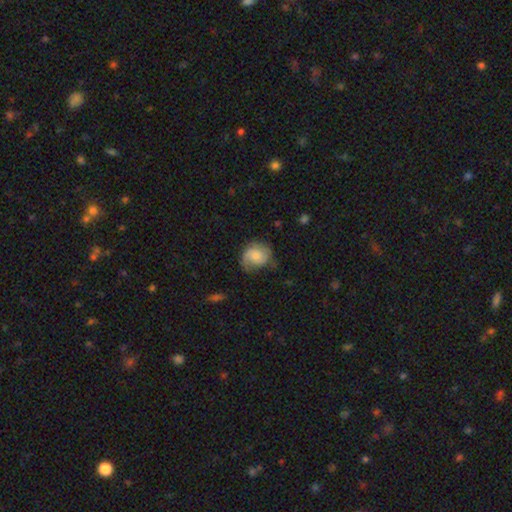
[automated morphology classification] Smooth or featured: smooth — 53% (featured or disk — 40%)
How rounded: round — 67% (in between — 32%)
Merging: none — 56% (minor disturbance — 28%)